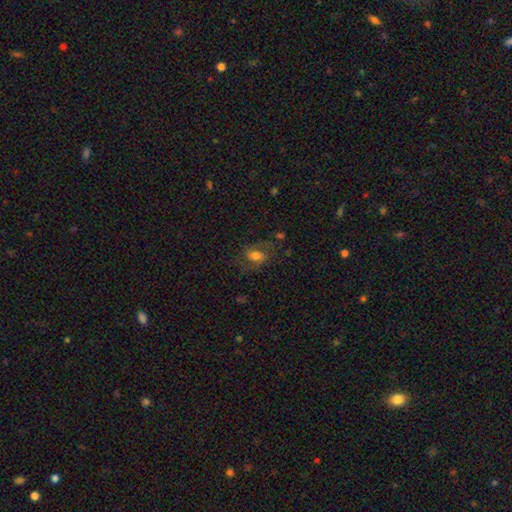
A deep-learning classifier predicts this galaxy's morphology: type=smooth (58%); roundness=in between (77%); merging=none (57%).